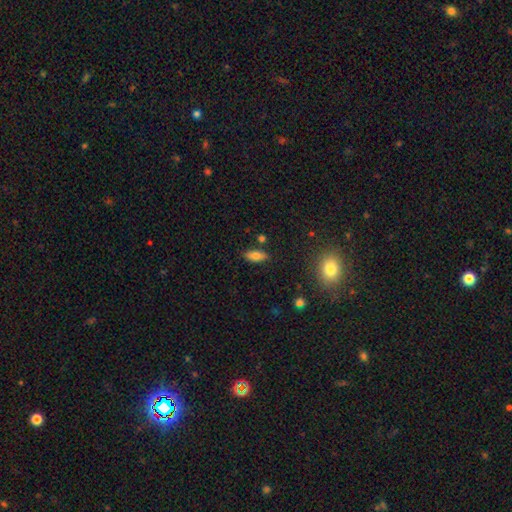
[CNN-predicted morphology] Smooth or featured? smooth (78%)
How rounded? in between (84%)
Merging? none (82%)